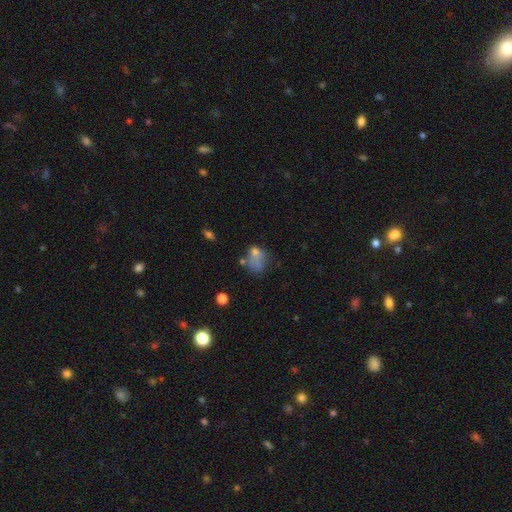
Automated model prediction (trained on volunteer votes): Morphology: type=smooth (64%); roundness=in between (58%); merging=none (33%).